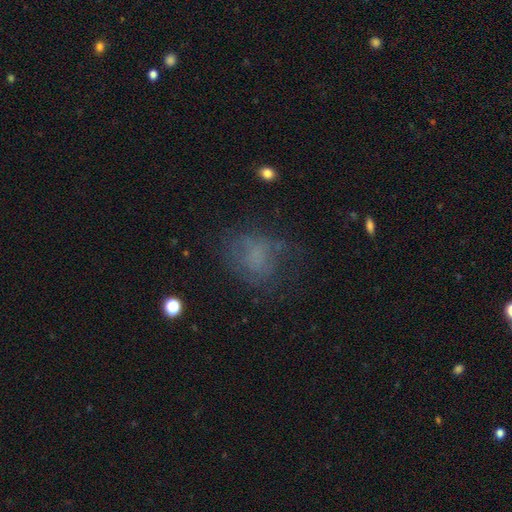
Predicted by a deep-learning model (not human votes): This is possibly a smooth galaxy (54%). How rounded: possibly in between (50%). Merging: possibly none (53%).